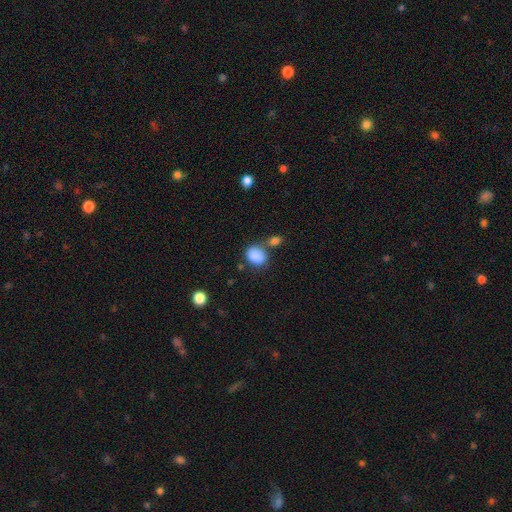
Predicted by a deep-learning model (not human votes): smooth 87%, star or artifact 8%, featured or disk 5%. Down the decision tree: how rounded — in between (54%); merging — none (58%).